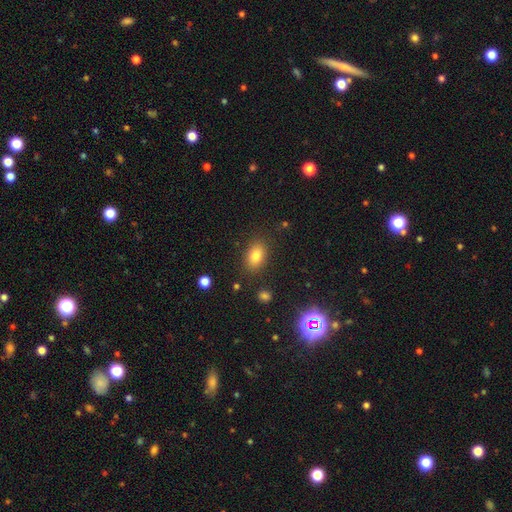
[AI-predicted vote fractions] Smooth or featured? Predicted: smooth (p=0.80). How rounded? Predicted: in between (p=0.83). Merging? Predicted: none (p=0.85).